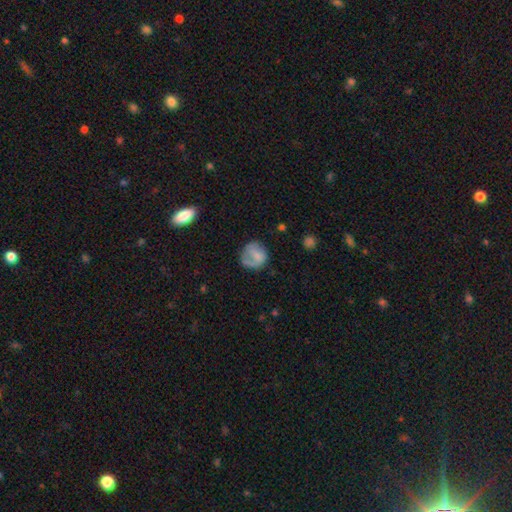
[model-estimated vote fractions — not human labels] This is likely a smooth galaxy (66%). How rounded: clearly round (81%). Merging: possibly none (56%).